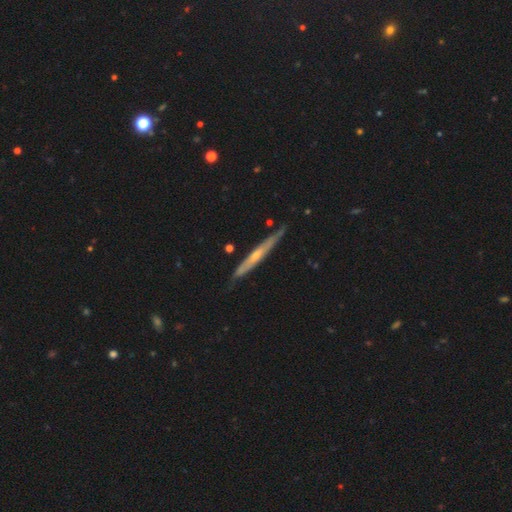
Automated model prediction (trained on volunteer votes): Smooth or featured: featured or disk — 68% (smooth — 27%)
Edge-on disk: yes — 94% (no — 6%)
Edge-on bulge: rounded — 55% (none — 41%)
Merging: none — 81% (minor disturbance — 15%)